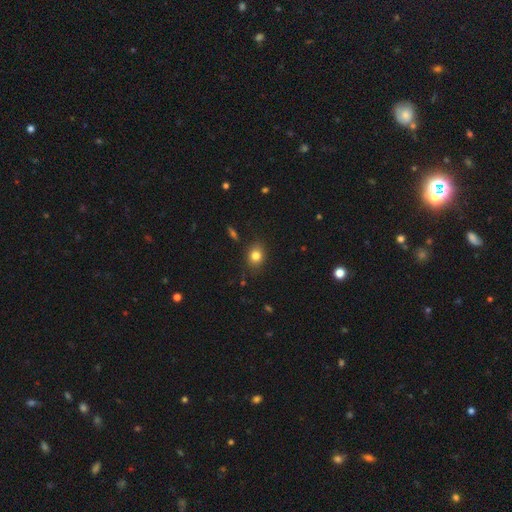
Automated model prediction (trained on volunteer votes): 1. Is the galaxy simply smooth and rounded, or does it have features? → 81% smooth, 12% star or artifact, 8% featured or disk.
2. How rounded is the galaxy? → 57% round, 42% in between, 1% cigar-shaped.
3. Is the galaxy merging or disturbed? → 84% none, 12% minor disturbance, 3% major disturbance, 2% merger.